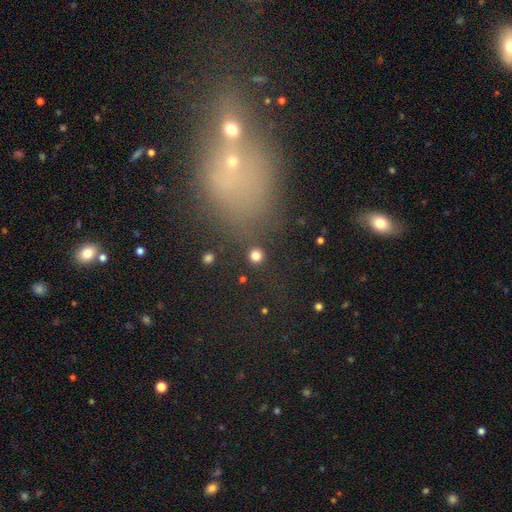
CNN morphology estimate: type=smooth (82%); roundness=round (94%); merging=none (90%).